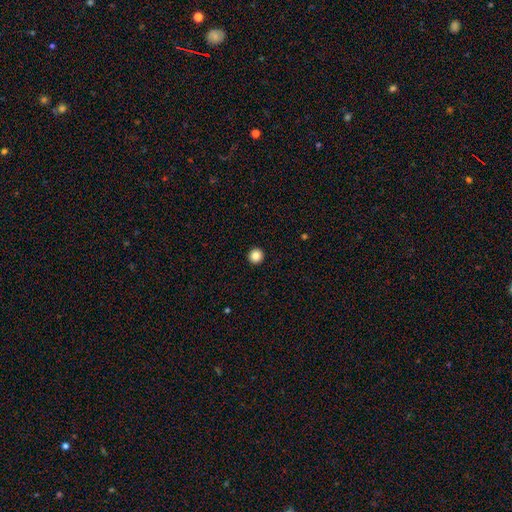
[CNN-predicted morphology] Overall: smooth (86%). How rounded: round (96%). Merging: none (94%).